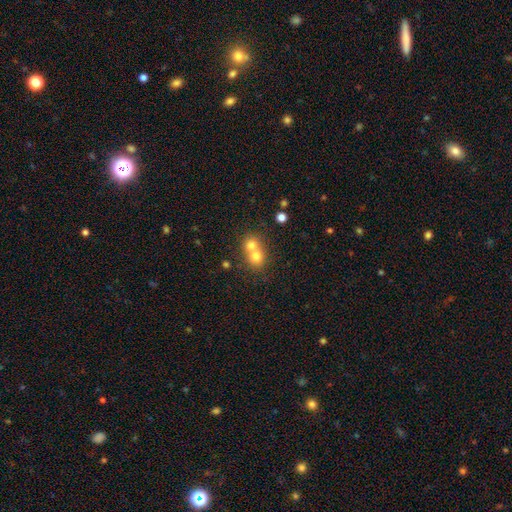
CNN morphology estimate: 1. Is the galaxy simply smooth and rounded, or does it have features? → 72% smooth, 16% featured or disk, 12% star or artifact.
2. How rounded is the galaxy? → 79% round, 20% in between, 1% cigar-shaped.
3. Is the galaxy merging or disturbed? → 66% merger, 27% none, 4% minor disturbance, 2% major disturbance.